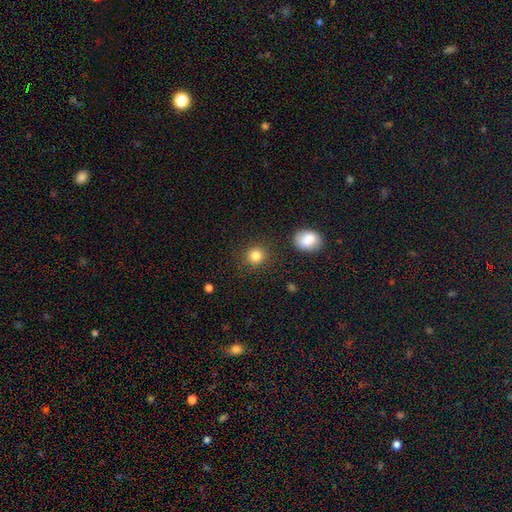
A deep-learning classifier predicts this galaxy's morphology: Overall: smooth (84%). How rounded: round (88%). Merging: none (88%).